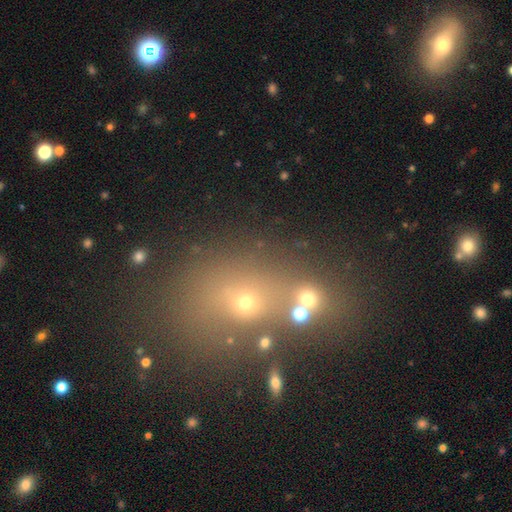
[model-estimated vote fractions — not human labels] Overall: smooth (46%; star or artifact 36%). Merging: none (60%; merger 24%).